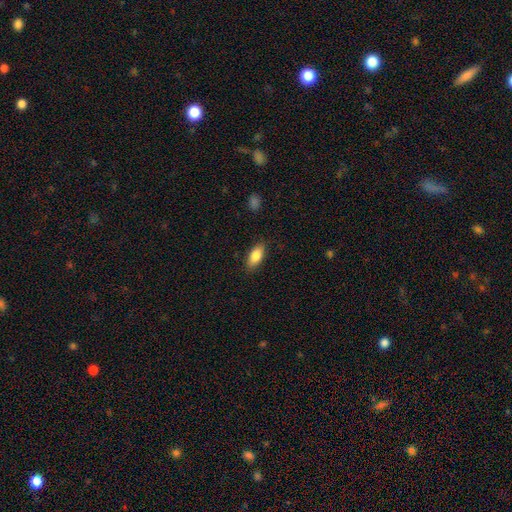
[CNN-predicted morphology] Smooth or featured? Predicted: smooth (p=0.83). How rounded? Predicted: in between (p=0.86). Merging? Predicted: none (p=0.86).